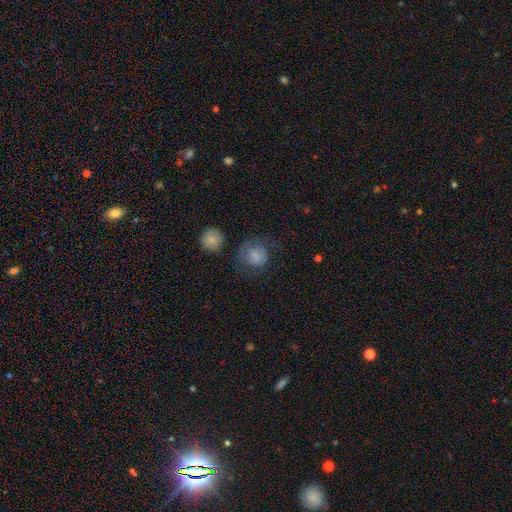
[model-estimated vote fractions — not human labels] The model was most divided on "merging": none: 54%, minor disturbance: 21%, major disturbance: 21%, merger: 4%. More confident: how rounded — round (83%); smooth or featured — smooth (76%).